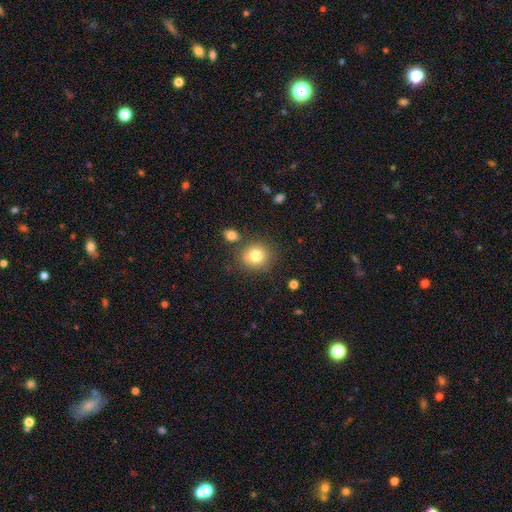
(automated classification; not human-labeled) smooth_or_featured: smooth (p=0.80) [alt: star or artifact p=0.10]
how_rounded: round (p=0.81) [alt: in between p=0.18]
merging: none (p=0.75) [alt: minor disturbance p=0.12]